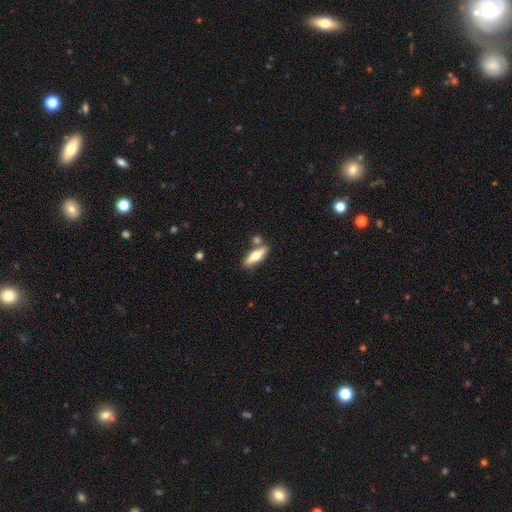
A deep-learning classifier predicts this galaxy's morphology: Smooth or featured? smooth (50%)
Merging? none (74%)